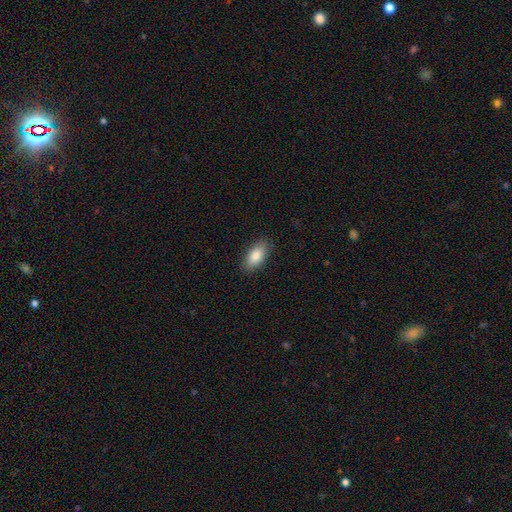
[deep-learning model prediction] A smooth galaxy with no disk features (85%) that is in between round and cigar-shaped (91%). Merging: none (87%).